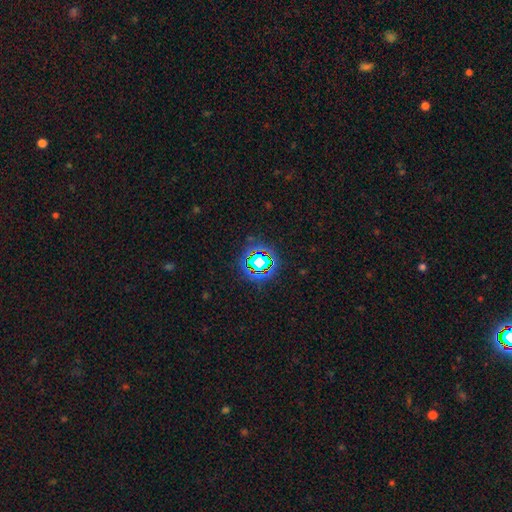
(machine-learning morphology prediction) A star or artifact, not a galaxy (75%).